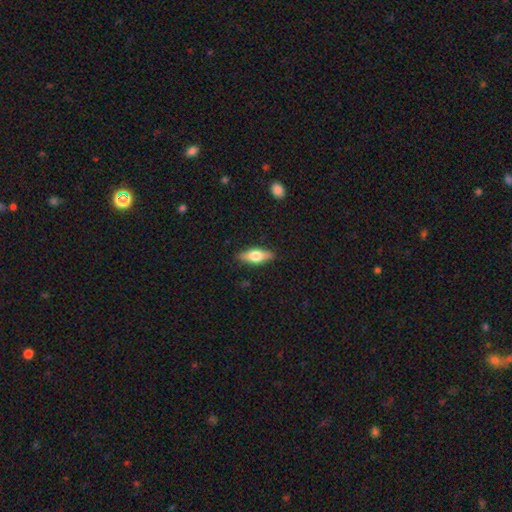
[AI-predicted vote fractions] Q: Smooth or featured?
A: smooth (64%); runner-up: featured or disk (30%)
Q: How rounded?
A: in between (70%); runner-up: cigar-shaped (27%)
Q: Merging?
A: none (87%); runner-up: minor disturbance (10%)